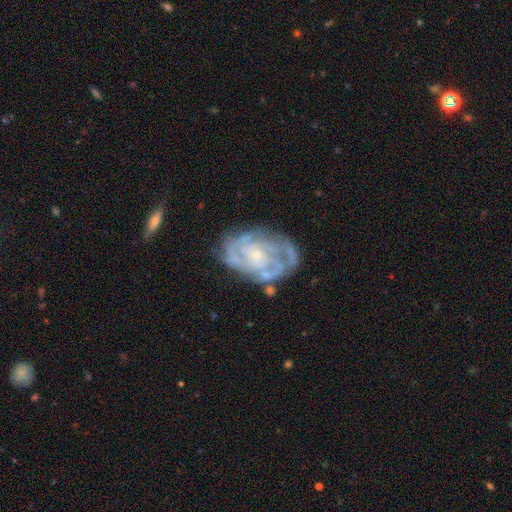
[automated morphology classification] A featured or disk galaxy (85%) with no bar (72%), tight (65%) spiral arms (92%) and a small central bulge (75%).

Vote fractions:
- Smooth or featured? featured or disk: 85% / smooth: 9% / star or artifact: 6%
- Edge-on disk? no: 97% / yes: 3%
- Bar? no: 72% / weak: 23% / strong: 5%
- Spiral arms? yes: 92% / no: 8%
- Spiral winding? tight: 65% / medium: 28% / loose: 7%
- Spiral arm count? can't tell: 34% / 3: 21% / 4: 17% / 2: 16% / more than 4: 6% / 1: 5%
- Bulge size? small: 75% / moderate: 19% / none: 4% / large: 1% / dominant: 1%
- Merging? none: 64% / minor disturbance: 22% / major disturbance: 10% / merger: 3%